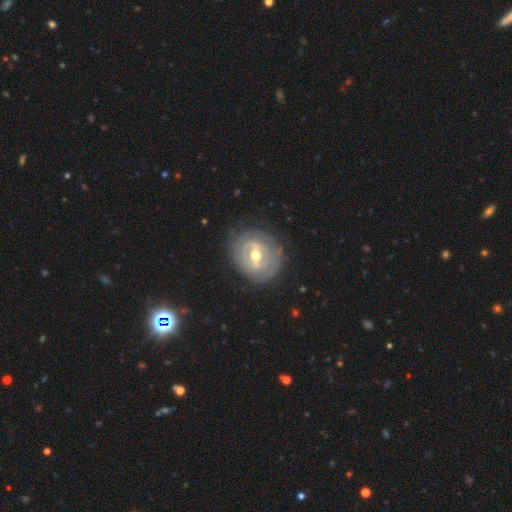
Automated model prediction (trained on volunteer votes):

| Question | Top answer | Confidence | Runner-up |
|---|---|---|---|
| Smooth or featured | featured or disk | 80% | smooth (14%) |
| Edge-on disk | no | 95% | yes (5%) |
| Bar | strong | 45% | weak (41%) |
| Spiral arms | yes | 68% | no (32%) |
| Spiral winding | tight | 72% | medium (20%) |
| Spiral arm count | can't tell | 45% | 2 (34%) |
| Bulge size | moderate | 75% | small (18%) |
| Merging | none | 78% | minor disturbance (15%) |